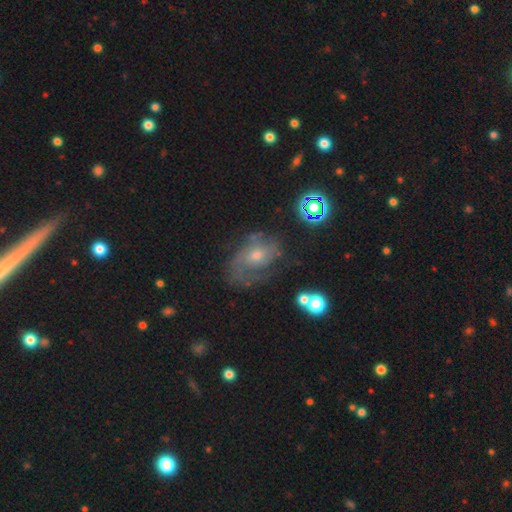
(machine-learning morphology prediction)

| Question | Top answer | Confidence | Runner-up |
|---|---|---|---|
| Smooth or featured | featured or disk | 67% | smooth (20%) |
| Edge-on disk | no | 96% | yes (4%) |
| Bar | no | 72% | weak (24%) |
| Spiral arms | yes | 83% | no (17%) |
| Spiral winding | medium | 39% | tied: tight (39%) |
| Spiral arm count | can't tell | 32% | tied: 2 (32%) |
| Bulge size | moderate | 50% | small (43%) |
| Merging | none | 49% | minor disturbance (25%) |